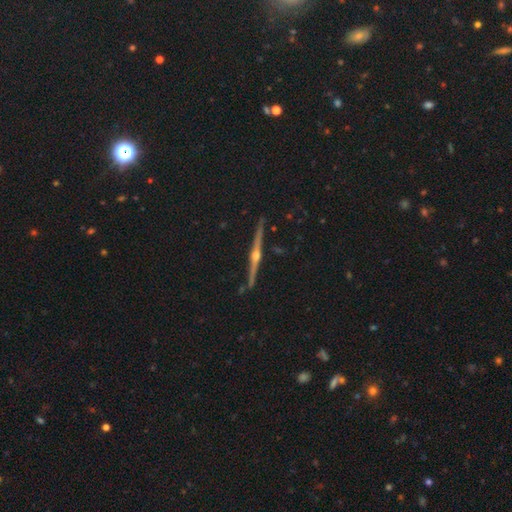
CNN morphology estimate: A featured or disk galaxy (88%) viewed edge-on (99%) with a rounded central bulge (95%). Merging: none (90%).